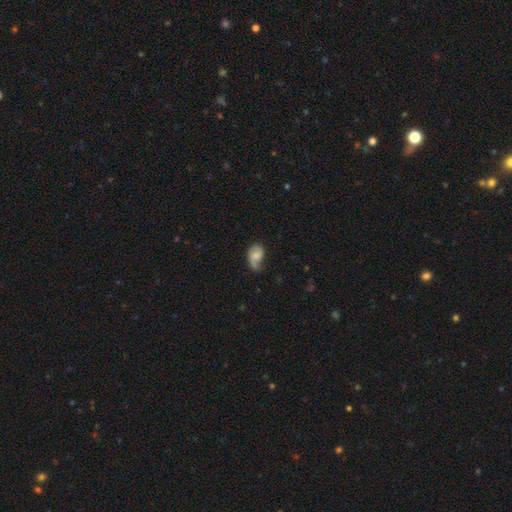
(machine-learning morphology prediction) Smooth or featured? smooth (47%)
Merging? none (39%)